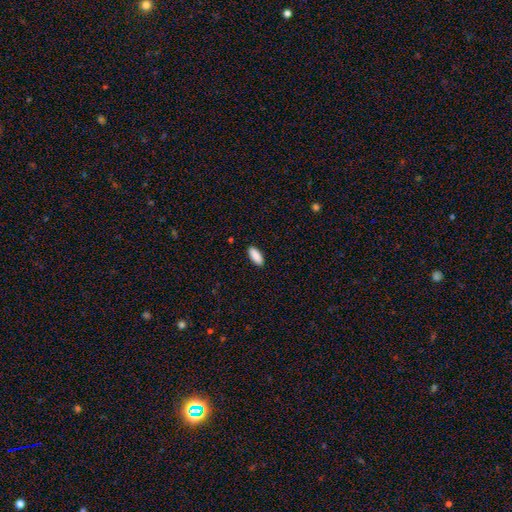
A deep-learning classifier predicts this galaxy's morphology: The model was most divided on "how rounded": in between: 81%, cigar-shaped: 18%, round: 2%. More confident: smooth or featured — smooth (90%); merging — none (90%).